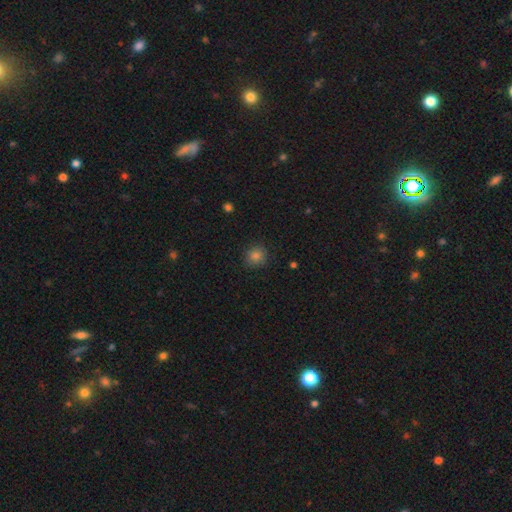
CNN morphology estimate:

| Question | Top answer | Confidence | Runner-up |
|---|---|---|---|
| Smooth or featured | smooth | 82% | star or artifact (13%) |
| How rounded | round | 89% | in between (10%) |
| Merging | none | 89% | minor disturbance (8%) |